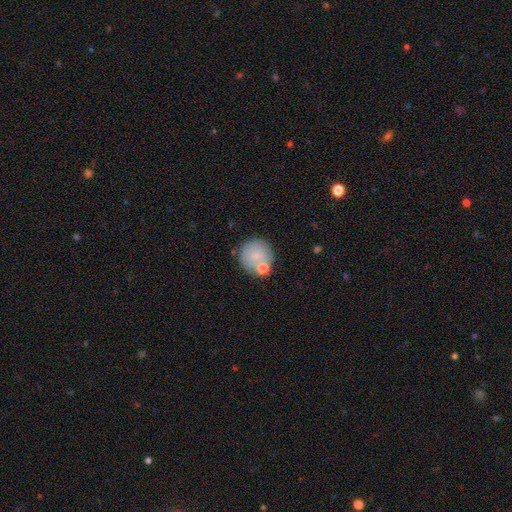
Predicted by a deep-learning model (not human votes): Overall: smooth (74%). How rounded: round (92%). Merging: none (67%).